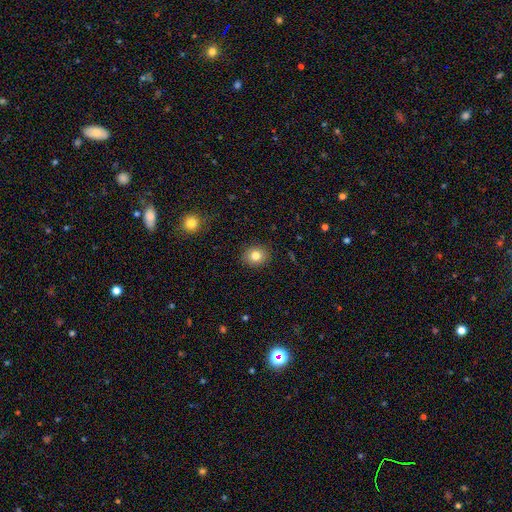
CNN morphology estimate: type=smooth (81%); roundness=round (70%); merging=none (89%).